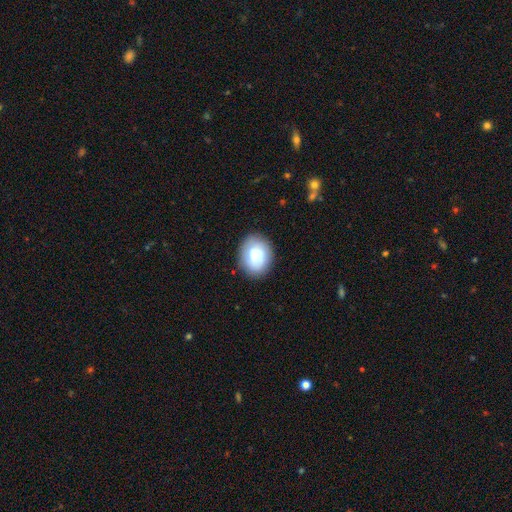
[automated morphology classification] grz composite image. It shows a smooth galaxy with no disk features (78%) that is in between round and cigar-shaped (56%). Merging: none (78%).